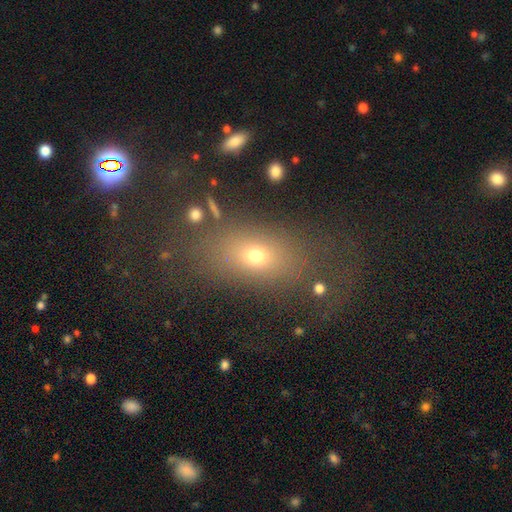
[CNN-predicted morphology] A smooth galaxy with no disk features (65%) that is in between round and cigar-shaped (71%).

Vote fractions:
- Smooth or featured? smooth: 65% / star or artifact: 19% / featured or disk: 17%
- How rounded? in between: 71% / round: 22% / cigar-shaped: 7%
- Merging? none: 69% / minor disturbance: 13% / major disturbance: 13% / merger: 5%